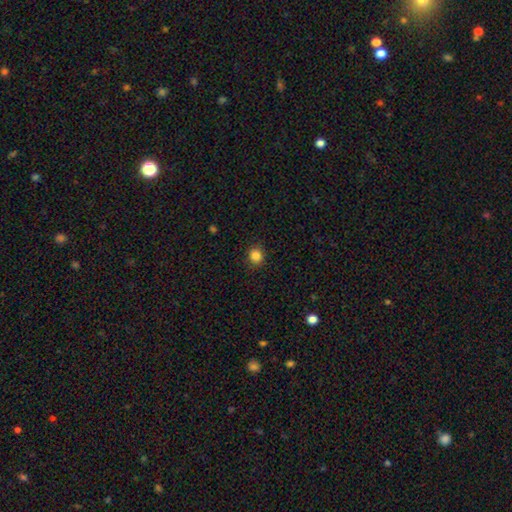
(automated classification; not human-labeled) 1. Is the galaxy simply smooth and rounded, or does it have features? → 85% smooth, 11% star or artifact, 4% featured or disk.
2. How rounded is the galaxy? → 85% round, 14% in between, 1% cigar-shaped.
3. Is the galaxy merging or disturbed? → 90% none, 7% minor disturbance, 2% major disturbance, 1% merger.